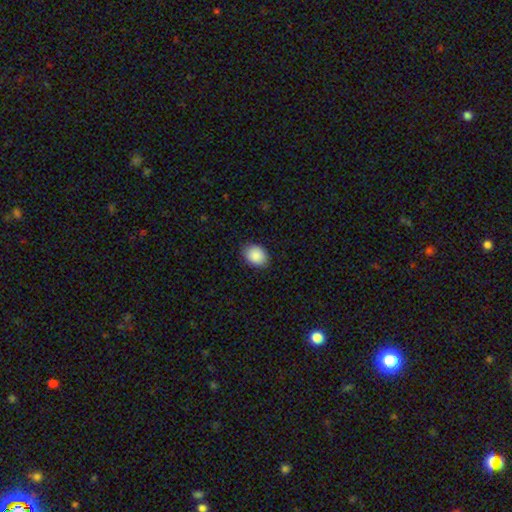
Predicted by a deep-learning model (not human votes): Q: Smooth or featured?
A: smooth (88%); runner-up: star or artifact (7%)
Q: How rounded?
A: in between (63%); runner-up: round (37%)
Q: Merging?
A: none (87%); runner-up: minor disturbance (10%)